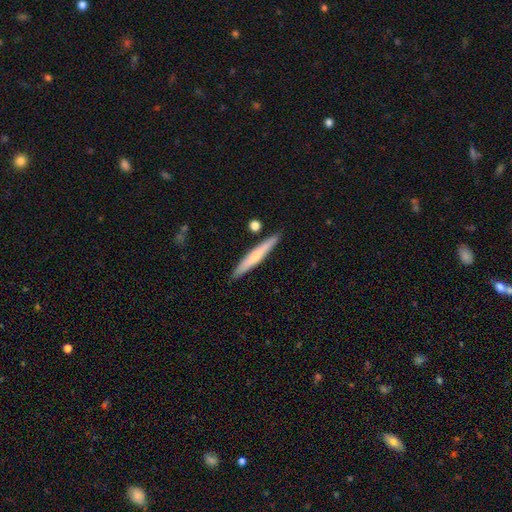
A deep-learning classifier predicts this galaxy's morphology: Smooth or featured?
  - smooth: 56% *
  - featured or disk: 38%
  - star or artifact: 6%
How rounded?
  - cigar-shaped: 95% *
  - in between: 4%
  - round: 1%
Merging?
  - none: 88% *
  - minor disturbance: 8%
  - merger: 2%
  - major disturbance: 2%